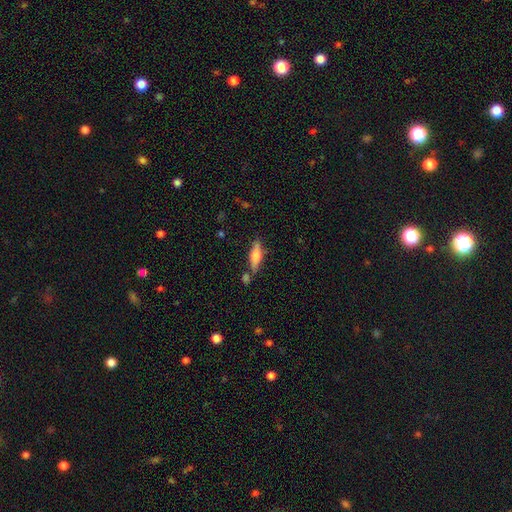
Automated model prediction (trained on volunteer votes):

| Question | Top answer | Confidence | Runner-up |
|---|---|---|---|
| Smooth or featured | smooth | 53% | featured or disk (40%) |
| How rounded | cigar-shaped | 57% | in between (41%) |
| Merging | none | 72% | minor disturbance (15%) |